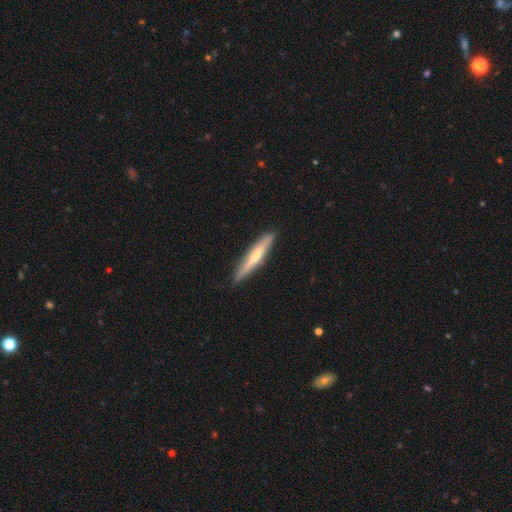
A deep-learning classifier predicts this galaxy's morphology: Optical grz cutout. It shows a smooth galaxy with no disk features (49%). Merging: none (88%).